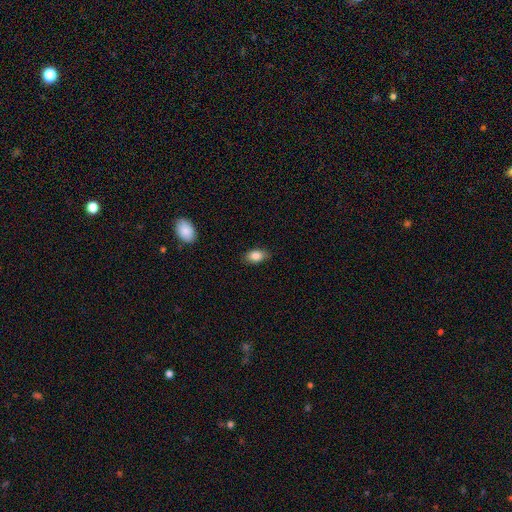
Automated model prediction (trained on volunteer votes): smooth_or_featured: smooth (p=0.85) [alt: star or artifact p=0.08]
how_rounded: in between (p=0.89) [alt: round p=0.08]
merging: none (p=0.85) [alt: minor disturbance p=0.12]